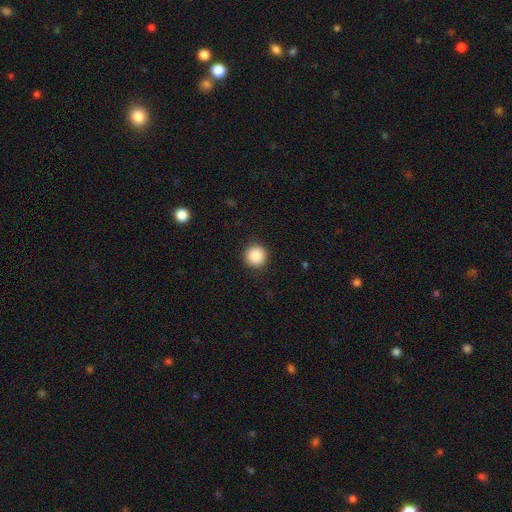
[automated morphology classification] smooth_or_featured: smooth (p=0.89) [alt: star or artifact p=0.09]
how_rounded: round (p=0.96) [alt: in between p=0.03]
merging: none (p=0.92) [alt: minor disturbance p=0.05]